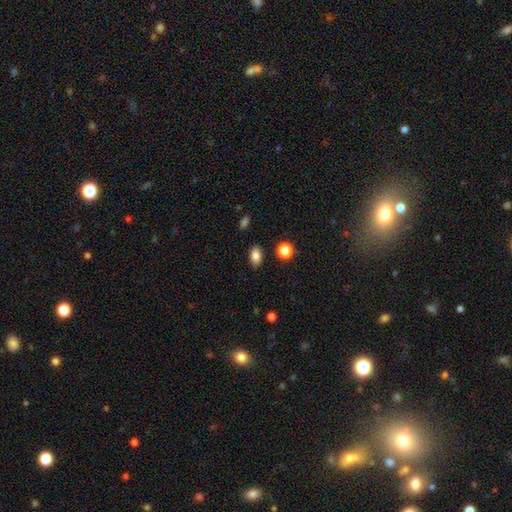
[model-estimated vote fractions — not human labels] This is clearly a smooth galaxy (83%). How rounded: clearly in between (86%). Merging: clearly none (87%).